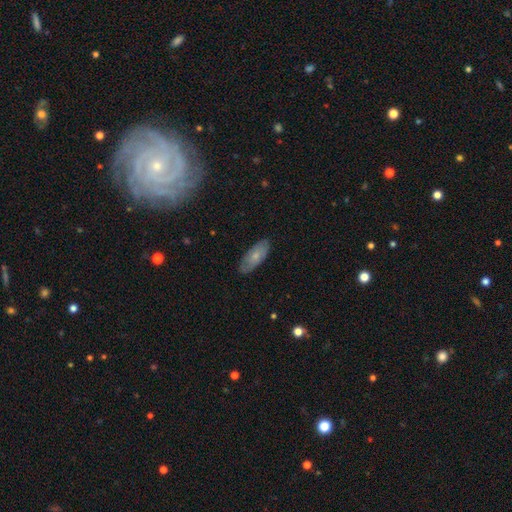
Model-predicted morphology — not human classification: This appears to be a smooth galaxy with no disk features (65%) that is in between round and cigar-shaped (80%). Merging: none (84%).